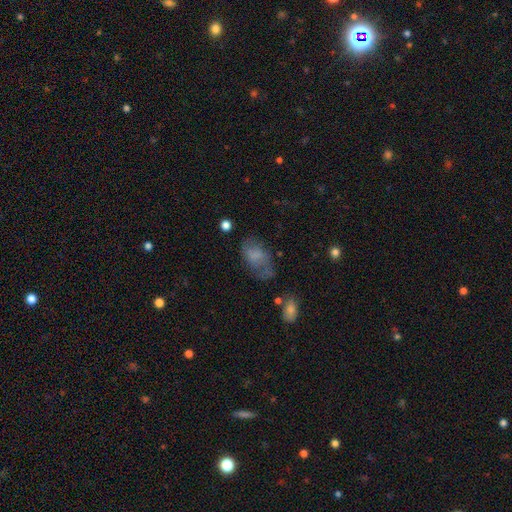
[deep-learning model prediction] Smooth or featured? Predicted: smooth (p=0.62). How rounded? Predicted: in between (p=0.90). Merging? Predicted: none (p=0.50).